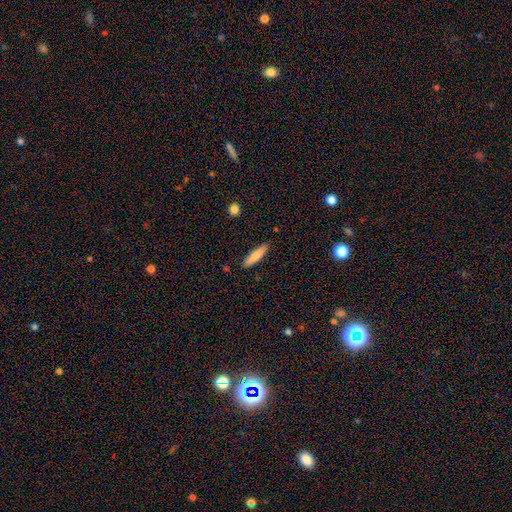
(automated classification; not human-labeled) Smooth or featured: smooth — 78% (featured or disk — 15%)
How rounded: cigar-shaped — 78% (in between — 21%)
Merging: none — 86% (minor disturbance — 10%)